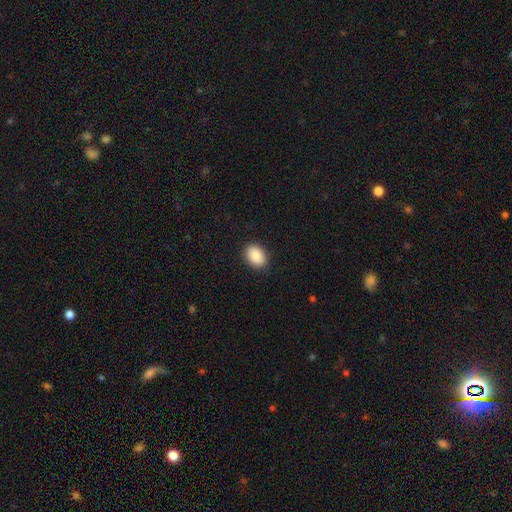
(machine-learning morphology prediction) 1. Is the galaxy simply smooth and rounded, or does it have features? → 90% smooth, 7% star or artifact, 3% featured or disk.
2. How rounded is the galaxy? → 79% in between, 20% round, 1% cigar-shaped.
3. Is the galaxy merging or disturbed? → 89% none, 8% minor disturbance, 2% major disturbance, 1% merger.